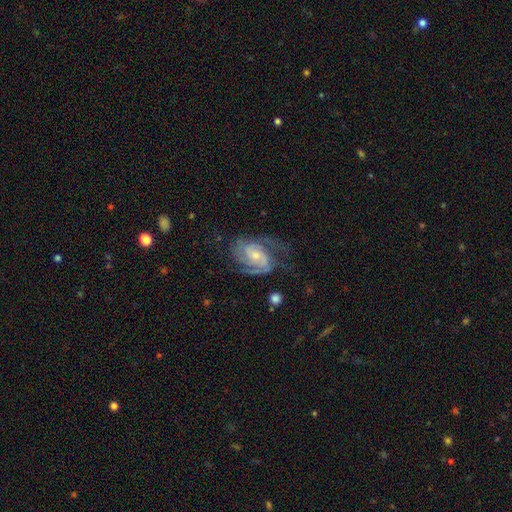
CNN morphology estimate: A featured or disk galaxy (88%) with no bar (56%), 2 (52%) medium (46%) spiral arms (97%) and a small central bulge (62%).

Vote fractions:
- Smooth or featured? featured or disk: 88% / smooth: 7% / star or artifact: 5%
- Edge-on disk? no: 98% / yes: 2%
- Bar? no: 56% / weak: 35% / strong: 9%
- Spiral arms? yes: 97% / no: 3%
- Spiral winding? medium: 46% / tight: 41% / loose: 13%
- Spiral arm count? 2: 52% / 3: 22% / can't tell: 13% / 4: 5% / 1: 5% / more than 4: 4%
- Bulge size? small: 62% / moderate: 33% / none: 2% / large: 2% / dominant: 1%
- Merging? none: 60% / minor disturbance: 21% / major disturbance: 17% / merger: 2%